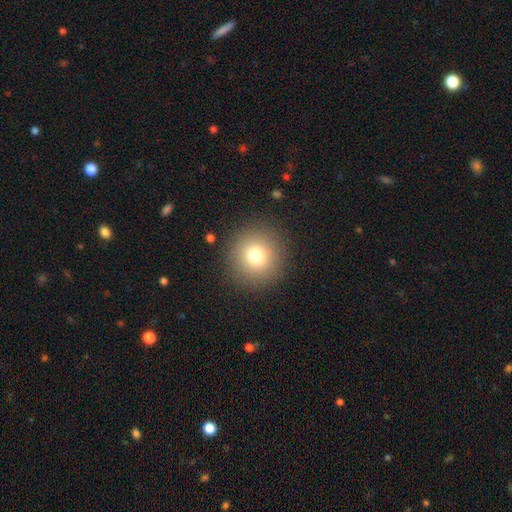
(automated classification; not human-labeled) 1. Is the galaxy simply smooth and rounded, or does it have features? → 76% smooth, 13% star or artifact, 10% featured or disk.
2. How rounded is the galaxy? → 94% round, 5% in between, 1% cigar-shaped.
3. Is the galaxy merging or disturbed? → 89% none, 6% minor disturbance, 3% major disturbance, 1% merger.